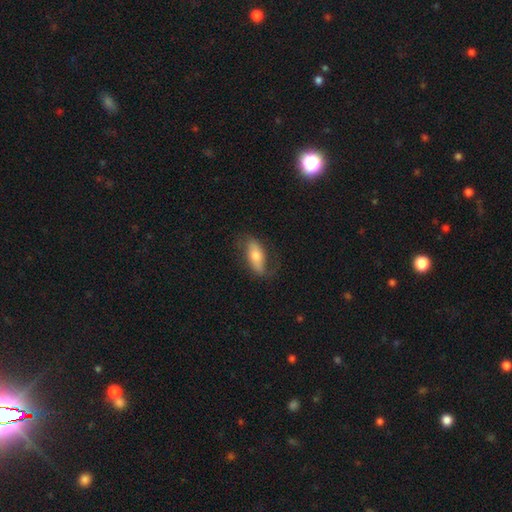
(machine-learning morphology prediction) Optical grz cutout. It shows a smooth galaxy with no disk features (51%) that is in between round and cigar-shaped (74%). Merging: none (69%).